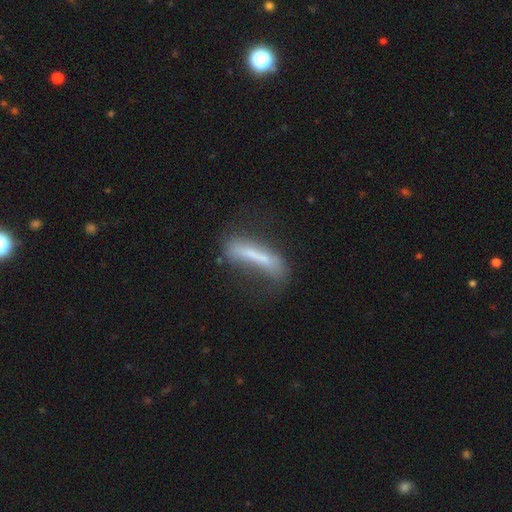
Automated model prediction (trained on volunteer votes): Overall: smooth (51%; featured or disk 39%). How rounded: cigar-shaped (87%). Merging: none (48%; minor disturbance 25%).